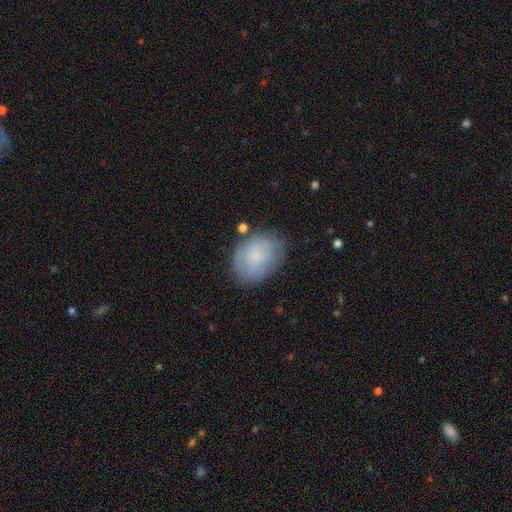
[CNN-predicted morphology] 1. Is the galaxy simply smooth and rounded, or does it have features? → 60% smooth, 32% featured or disk, 9% star or artifact.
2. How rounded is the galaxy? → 65% in between, 34% round, 1% cigar-shaped.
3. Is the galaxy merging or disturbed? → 69% none, 21% minor disturbance, 7% major disturbance, 3% merger.